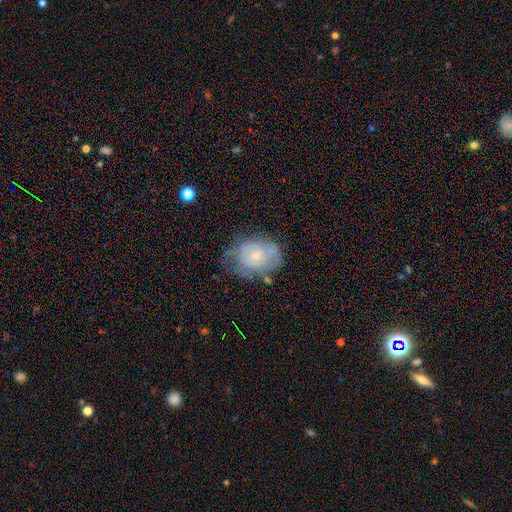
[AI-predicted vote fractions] A featured or disk galaxy (49%).

Vote fractions:
- Smooth or featured? featured or disk: 49% / smooth: 43% / star or artifact: 8%
- Merging? none: 45% / minor disturbance: 34% / major disturbance: 17% / merger: 4%